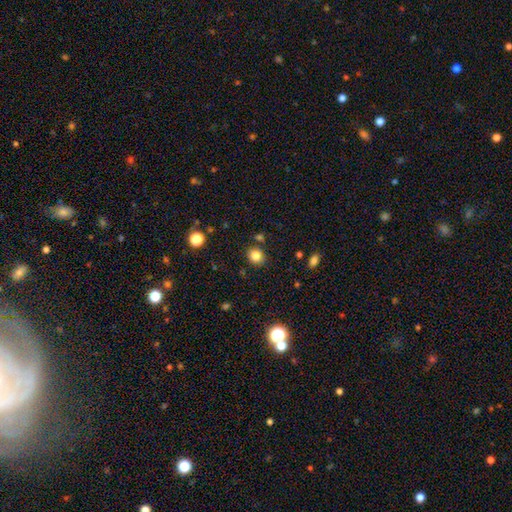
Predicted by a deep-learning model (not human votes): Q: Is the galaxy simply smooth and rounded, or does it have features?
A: smooth — 83%.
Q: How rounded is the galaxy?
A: round — 75%.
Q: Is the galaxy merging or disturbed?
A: none — 85%.